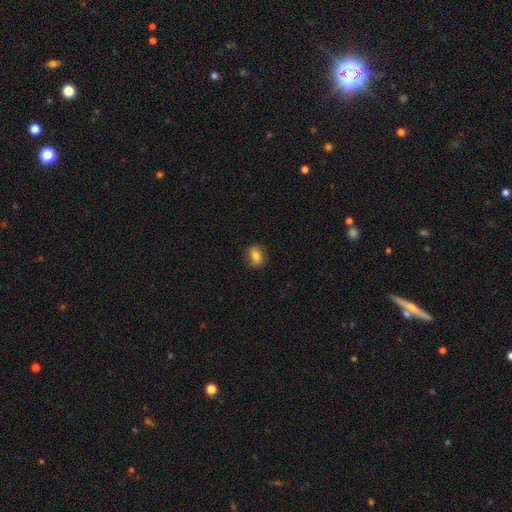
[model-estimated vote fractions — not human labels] Smooth or featured? Predicted: smooth (p=0.78). How rounded? Predicted: in between (p=0.67). Merging? Predicted: none (p=0.82).